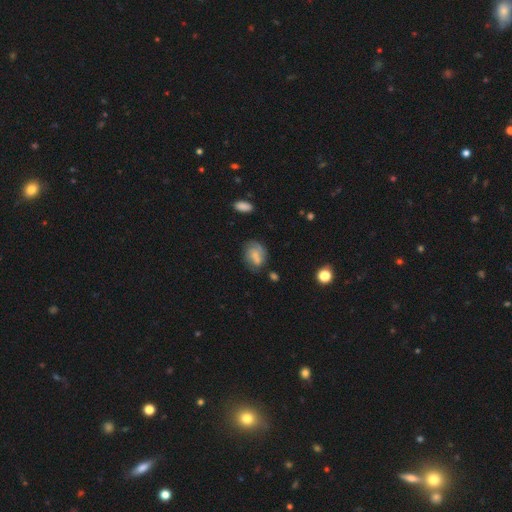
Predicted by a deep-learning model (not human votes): Overall: smooth (58%; featured or disk 32%). How rounded: in between (66%; round 32%). Merging: none (52%; minor disturbance 26%).